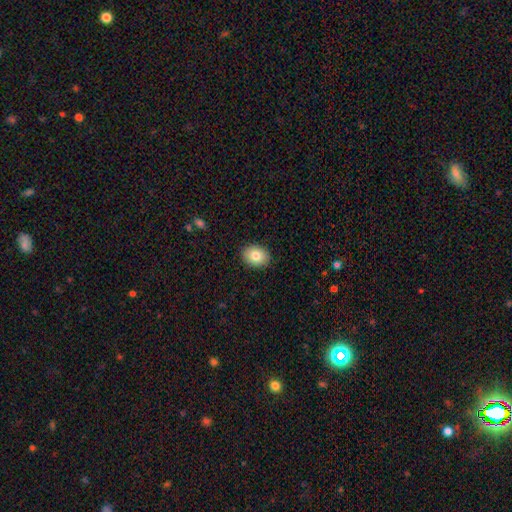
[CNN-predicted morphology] Smooth or featured? Predicted: smooth (p=0.81). How rounded? Predicted: in between (p=0.60). Merging? Predicted: none (p=0.90).